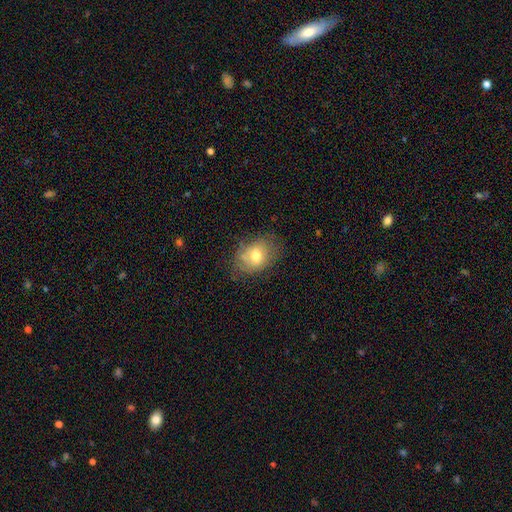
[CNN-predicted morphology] Smooth or featured? Predicted: smooth (p=0.69). How rounded? Predicted: in between (p=0.66). Merging? Predicted: none (p=0.65).